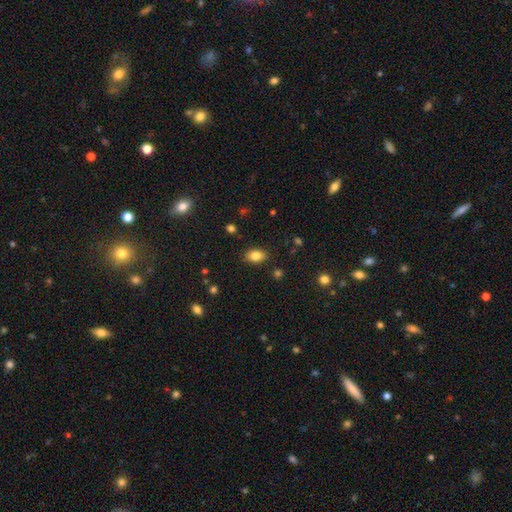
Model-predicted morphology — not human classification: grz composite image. It shows a smooth galaxy with no disk features (84%) that is in between round and cigar-shaped (86%). Merging: none (86%).